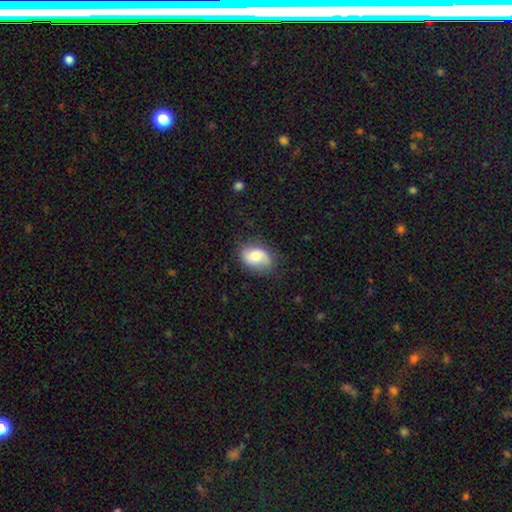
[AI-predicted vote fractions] Smooth or featured? smooth (60%)
How rounded? in between (80%)
Merging? none (73%)